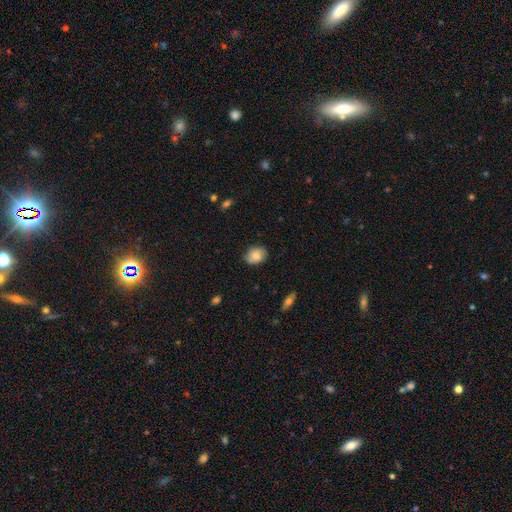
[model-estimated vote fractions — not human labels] smooth_or_featured: smooth (p=0.73) [alt: featured or disk p=0.19]
how_rounded: in between (p=0.57) [alt: round p=0.42]
merging: none (p=0.76) [alt: minor disturbance p=0.19]